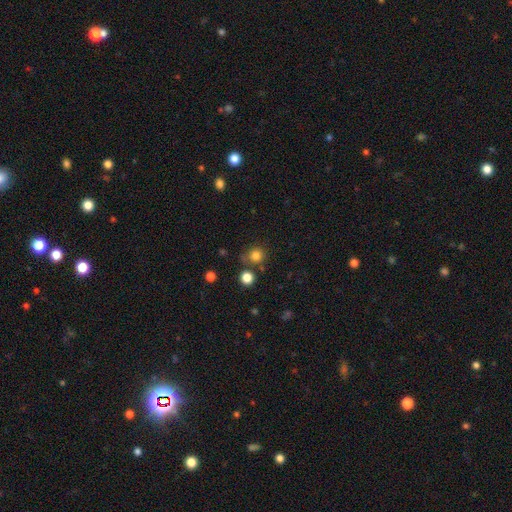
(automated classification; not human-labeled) Overall: smooth (80%). How rounded: round (91%). Merging: none (74%).